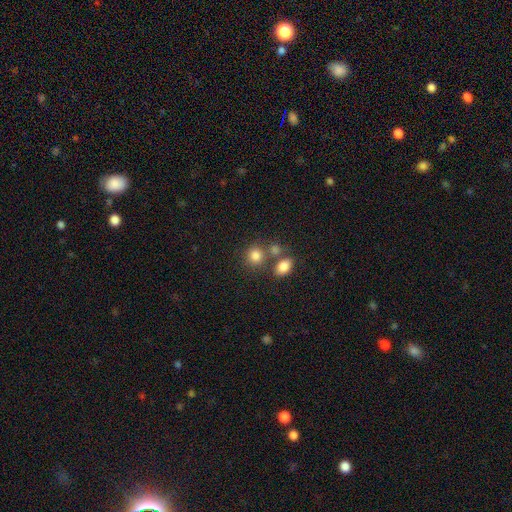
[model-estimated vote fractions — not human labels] Smooth or featured?
  - smooth: 81% *
  - star or artifact: 12%
  - featured or disk: 7%
How rounded?
  - round: 76% *
  - in between: 23%
  - cigar-shaped: 1%
Merging?
  - none: 61% *
  - merger: 25%
  - minor disturbance: 10%
  - major disturbance: 4%